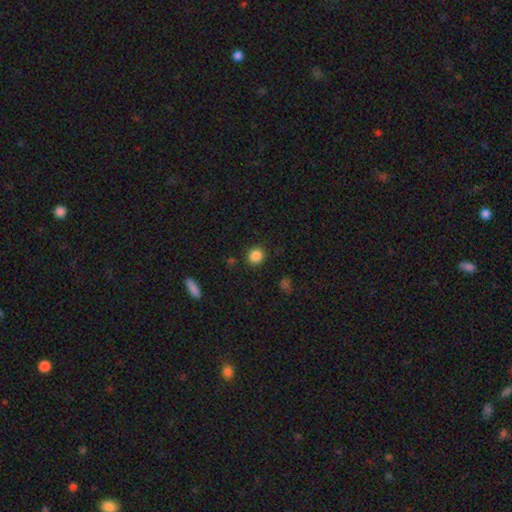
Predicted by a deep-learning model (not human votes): A smooth galaxy with no disk features (86%) that is round (87%). Merging: none (88%).